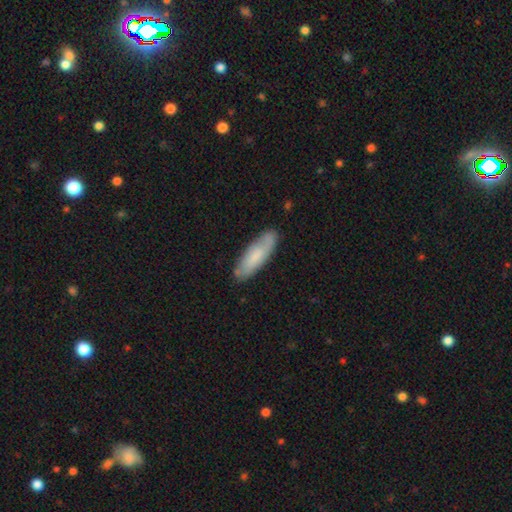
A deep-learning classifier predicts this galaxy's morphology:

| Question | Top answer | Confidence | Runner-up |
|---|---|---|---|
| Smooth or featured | smooth | 69% | featured or disk (25%) |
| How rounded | cigar-shaped | 51% | in between (47%) |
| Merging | none | 81% | minor disturbance (15%) |